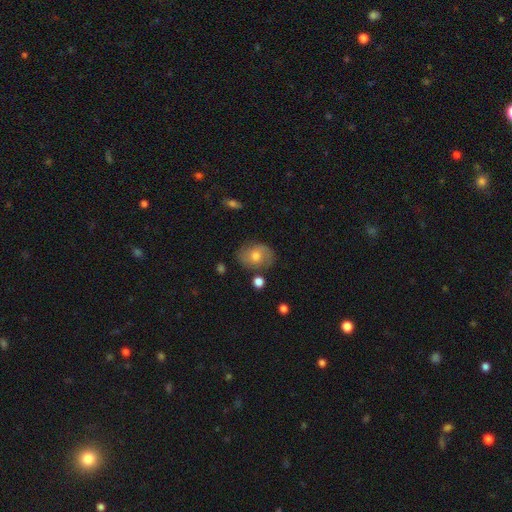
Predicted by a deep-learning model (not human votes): A smooth galaxy with no disk features (52%) that is in between round and cigar-shaped (57%).

Vote fractions:
- Smooth or featured? smooth: 52% / featured or disk: 38% / star or artifact: 9%
- How rounded? in between: 57% / round: 42% / cigar-shaped: 1%
- Merging? none: 74% / minor disturbance: 18% / major disturbance: 5% / merger: 3%